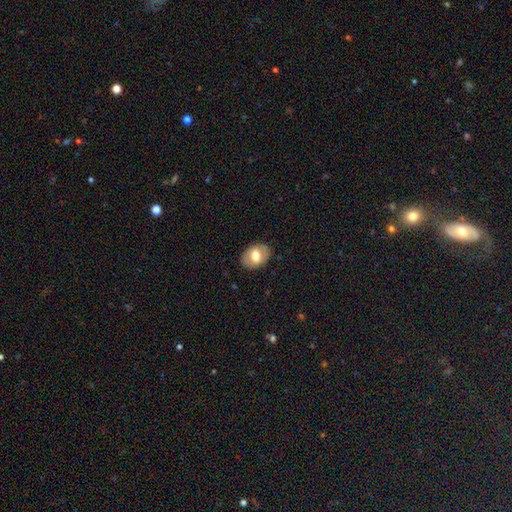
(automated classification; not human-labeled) Q: Smooth or featured?
A: smooth (64%); runner-up: featured or disk (29%)
Q: How rounded?
A: in between (81%); runner-up: round (18%)
Q: Merging?
A: none (86%); runner-up: minor disturbance (10%)